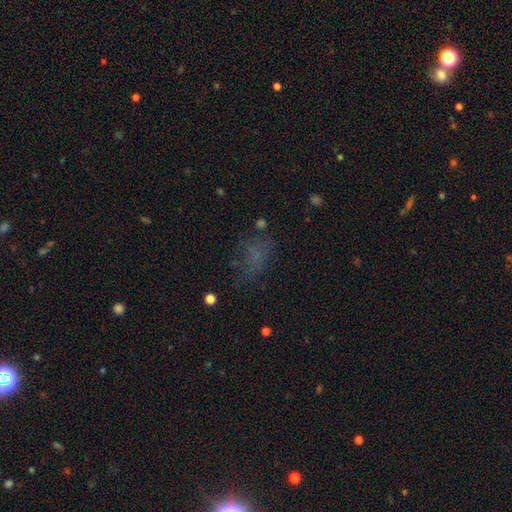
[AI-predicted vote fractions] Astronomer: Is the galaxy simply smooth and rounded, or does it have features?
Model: smooth — 53%.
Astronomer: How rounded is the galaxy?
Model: in between — 74%.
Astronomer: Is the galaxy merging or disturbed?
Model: none — 51%.